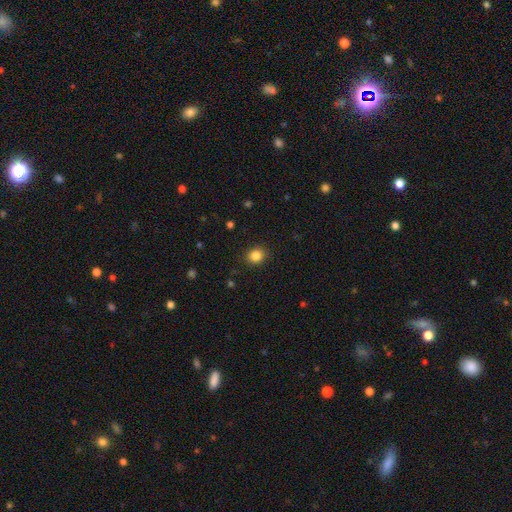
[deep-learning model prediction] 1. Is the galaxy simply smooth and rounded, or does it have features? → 84% smooth, 11% star or artifact, 4% featured or disk.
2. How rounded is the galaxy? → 71% round, 28% in between, 1% cigar-shaped.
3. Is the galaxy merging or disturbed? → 89% none, 8% minor disturbance, 2% major disturbance, 1% merger.